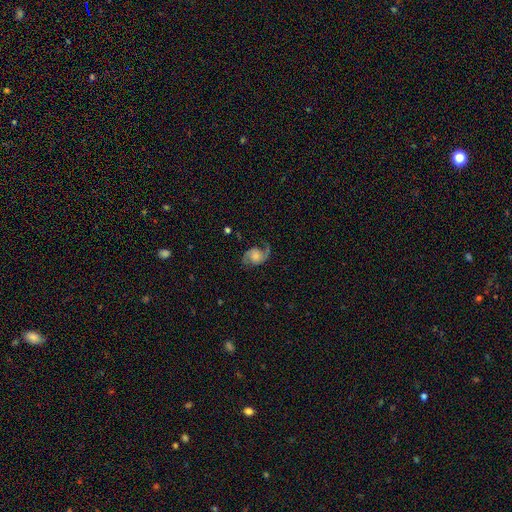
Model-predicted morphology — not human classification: Smooth or featured?
  - featured or disk: 86% *
  - smooth: 8%
  - star or artifact: 6%
Edge-on disk?
  - no: 98% *
  - yes: 2%
Bar?
  - no: 66% *
  - weak: 28%
  - strong: 6%
Spiral arms?
  - yes: 97% *
  - no: 3%
Spiral winding?
  - medium: 50% *
  - loose: 35%
  - tight: 14%
Spiral arm count?
  - 2: 92% *
  - 1: 3%
  - can't tell: 2%
  - 3: 1%
  - 4: 1%
  - more than 4: 1%
Bulge size?
  - moderate: 32% *
  - small: 29%
  - none: 19%
  - large: 16%
  - dominant: 3%
Merging?
  - none: 76% *
  - minor disturbance: 15%
  - major disturbance: 8%
  - merger: 1%